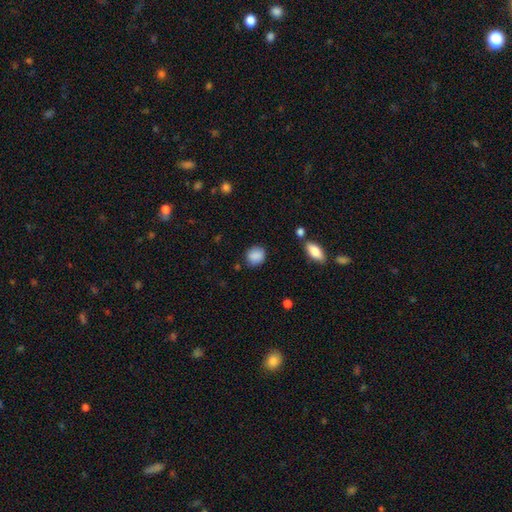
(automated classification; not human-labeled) smooth_or_featured: smooth (p=0.88) [alt: star or artifact p=0.08]
how_rounded: round (p=0.71) [alt: in between p=0.27]
merging: none (p=0.81) [alt: minor disturbance p=0.13]